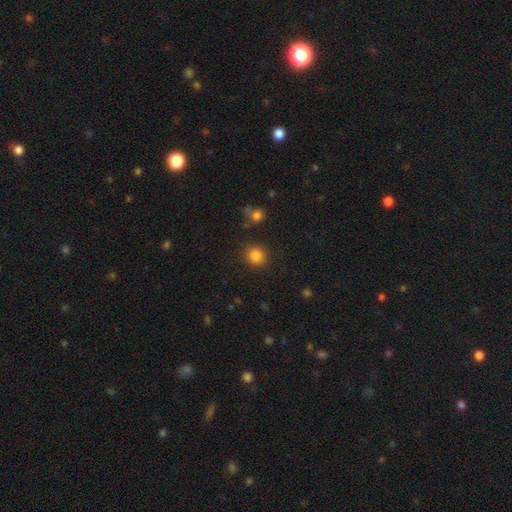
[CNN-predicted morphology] This appears to be a smooth galaxy with no disk features (84%) that is round (85%). Merging: none (87%).